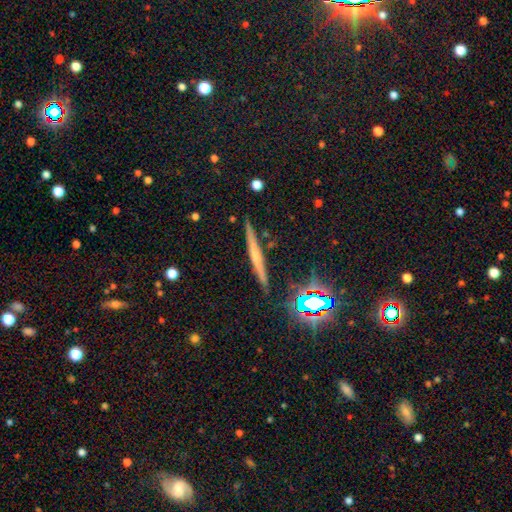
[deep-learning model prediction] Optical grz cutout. It shows a featured or disk galaxy (51%) viewed edge-on (96%). Merging: none (88%).